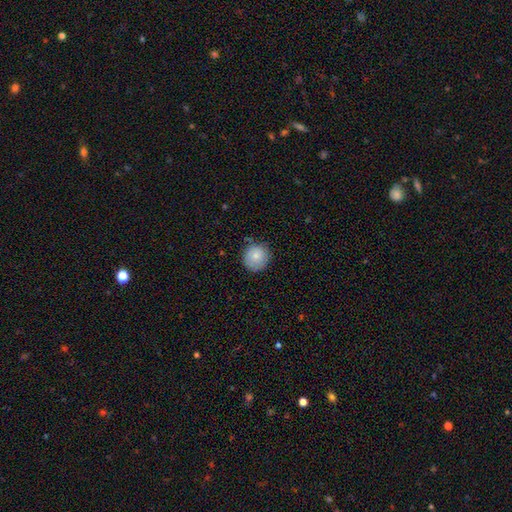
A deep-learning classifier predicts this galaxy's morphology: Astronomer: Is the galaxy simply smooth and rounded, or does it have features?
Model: smooth — 80%.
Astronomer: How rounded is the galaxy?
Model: round — 92%.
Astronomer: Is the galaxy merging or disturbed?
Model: none — 78%.